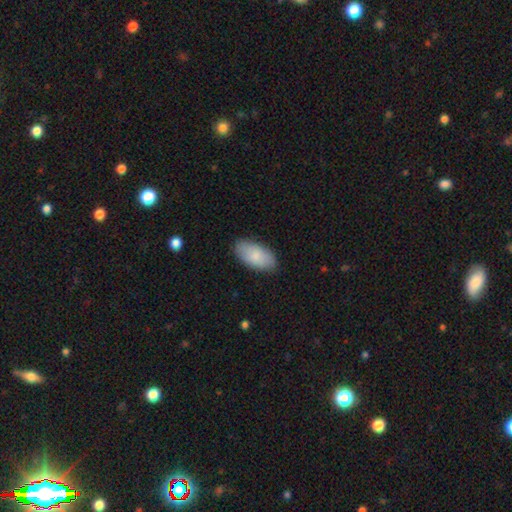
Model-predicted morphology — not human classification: Smooth or featured: smooth — 84% (featured or disk — 11%)
How rounded: in between — 95% (cigar-shaped — 3%)
Merging: none — 85% (minor disturbance — 12%)